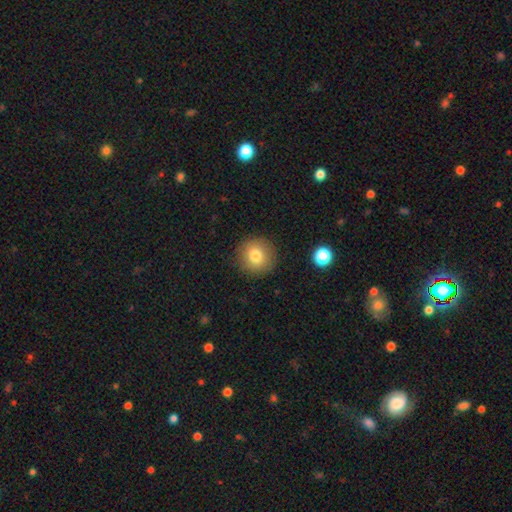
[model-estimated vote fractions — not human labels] Smooth or featured? smooth (80%)
How rounded? round (93%)
Merging? none (90%)